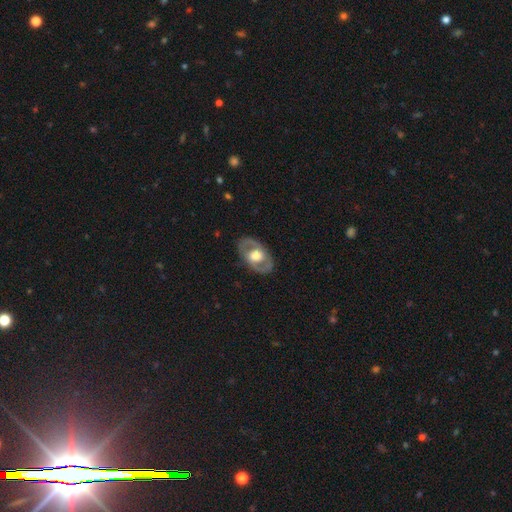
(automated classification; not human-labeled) Smooth or featured?
  - featured or disk: 65% *
  - smooth: 31%
  - star or artifact: 5%
Edge-on disk?
  - no: 90% *
  - yes: 10%
Bar?
  - no: 72% *
  - weak: 21%
  - strong: 7%
Spiral arms?
  - no: 64% *
  - yes: 36%
Bulge size?
  - moderate: 47% *
  - large: 44%
  - small: 4%
  - dominant: 3%
  - none: 1%
Merging?
  - none: 82% *
  - minor disturbance: 12%
  - major disturbance: 5%
  - merger: 1%